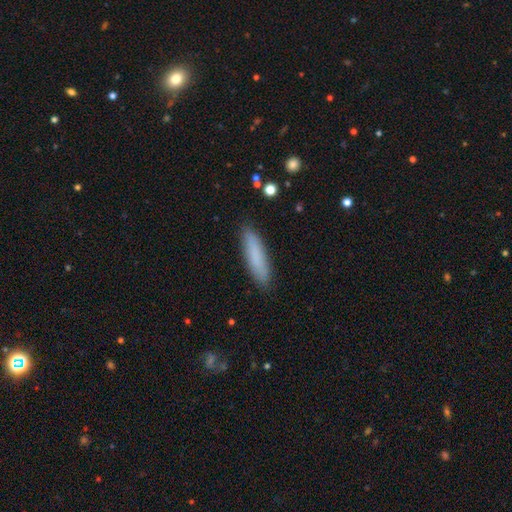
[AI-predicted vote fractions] A smooth galaxy with no disk features (83%) that is cigar-shaped (75%).

Vote fractions:
- Smooth or featured? smooth: 83% / featured or disk: 11% / star or artifact: 7%
- How rounded? cigar-shaped: 75% / in between: 24% / round: 1%
- Merging? none: 89% / minor disturbance: 9% / major disturbance: 2% / merger: 1%